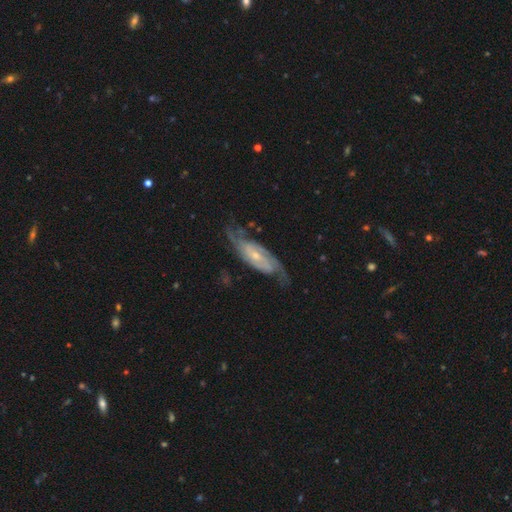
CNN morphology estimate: A featured or disk galaxy (86%) with no bar (49%), 2 (71%) medium (44%) spiral arms (96%) and a small central bulge (65%). Merging: none (70%).